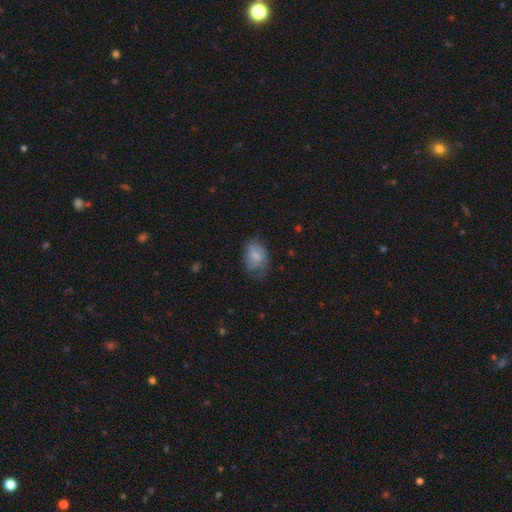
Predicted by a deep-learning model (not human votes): Smooth or featured?
  - smooth: 67% *
  - featured or disk: 25%
  - star or artifact: 8%
How rounded?
  - in between: 80% *
  - round: 18%
  - cigar-shaped: 1%
Merging?
  - none: 48% *
  - minor disturbance: 34%
  - major disturbance: 16%
  - merger: 2%